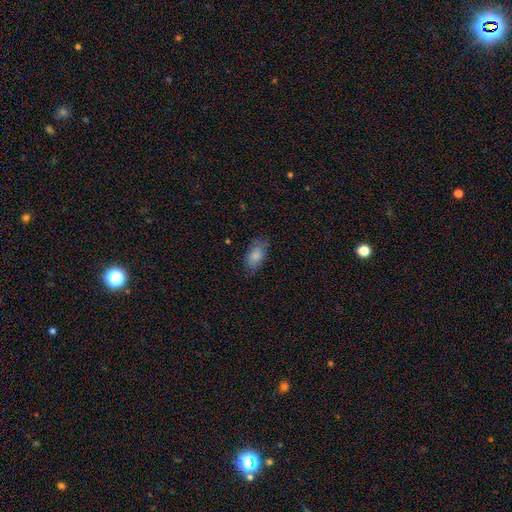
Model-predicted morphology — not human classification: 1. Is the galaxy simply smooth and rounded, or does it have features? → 82% smooth, 11% featured or disk, 7% star or artifact.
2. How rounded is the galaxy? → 91% in between, 5% round, 4% cigar-shaped.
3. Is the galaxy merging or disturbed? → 73% none, 20% minor disturbance, 6% major disturbance, 1% merger.